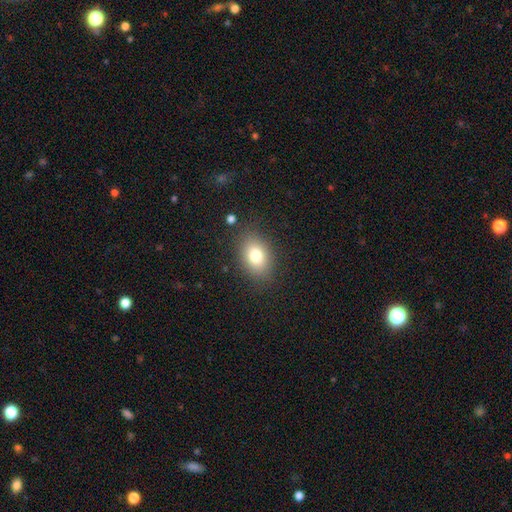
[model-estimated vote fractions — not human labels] Smooth or featured?
  - smooth: 79% *
  - featured or disk: 11%
  - star or artifact: 10%
How rounded?
  - in between: 76% *
  - round: 23%
  - cigar-shaped: 1%
Merging?
  - none: 84% *
  - minor disturbance: 11%
  - major disturbance: 4%
  - merger: 2%